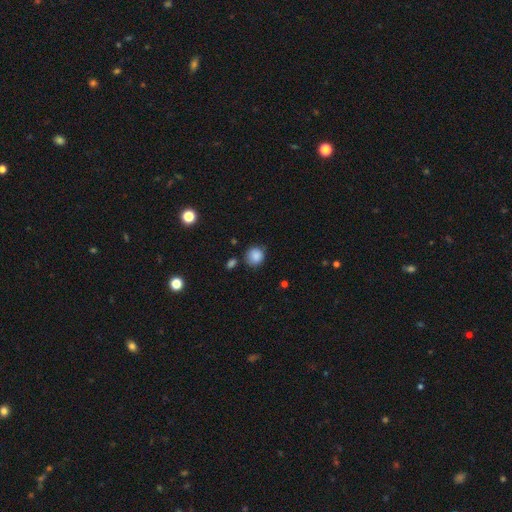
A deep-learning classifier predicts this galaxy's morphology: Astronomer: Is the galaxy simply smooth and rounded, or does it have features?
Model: smooth — 86%.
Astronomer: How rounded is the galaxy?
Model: round — 87%.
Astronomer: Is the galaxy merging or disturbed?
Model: none — 75%.